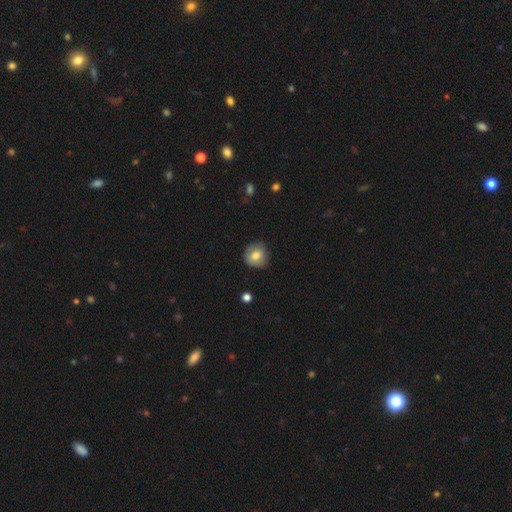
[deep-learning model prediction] A smooth galaxy with no disk features (76%) that is round (84%). Merging: none (74%).